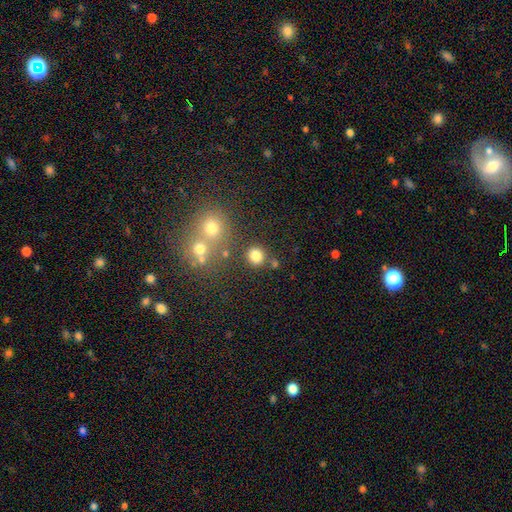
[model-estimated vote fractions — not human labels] A smooth galaxy with no disk features (80%) that is round (89%).

Vote fractions:
- Smooth or featured? smooth: 80% / star or artifact: 14% / featured or disk: 6%
- How rounded? round: 89% / in between: 10% / cigar-shaped: 1%
- Merging? none: 79% / merger: 10% / minor disturbance: 8% / major disturbance: 4%